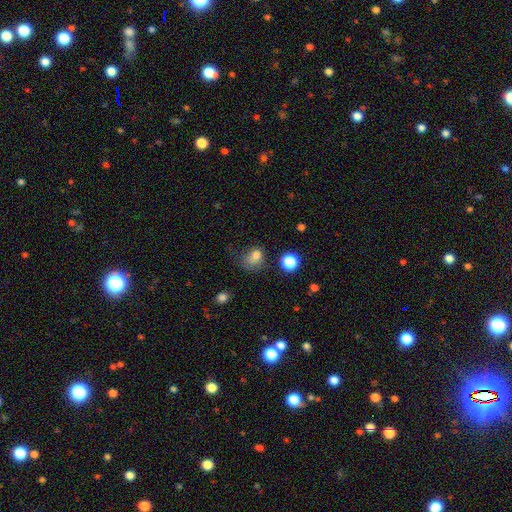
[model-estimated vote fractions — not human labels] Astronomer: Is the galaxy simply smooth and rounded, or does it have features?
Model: smooth — 75%.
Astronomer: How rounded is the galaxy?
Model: round — 52% (runner-up: in between, 47%).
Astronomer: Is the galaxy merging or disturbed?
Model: none — 37% (runner-up: minor disturbance, 29%).